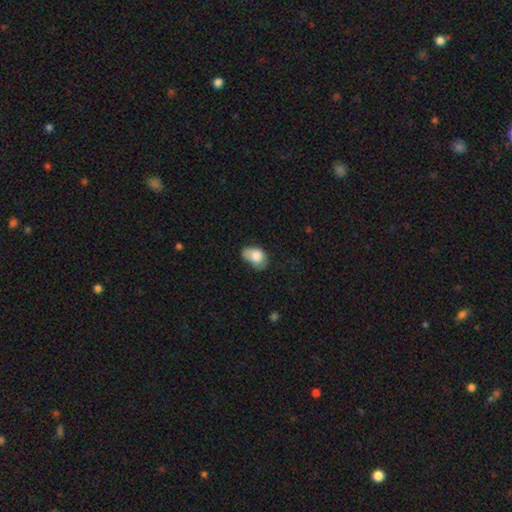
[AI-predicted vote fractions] Morphology: type=smooth (80%); roundness=in between (77%); merging=minor disturbance (42%).